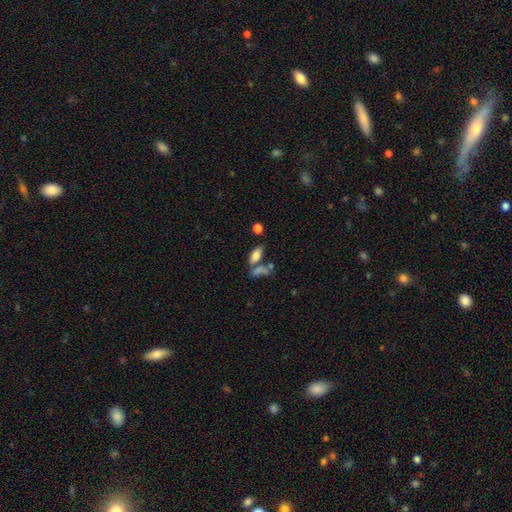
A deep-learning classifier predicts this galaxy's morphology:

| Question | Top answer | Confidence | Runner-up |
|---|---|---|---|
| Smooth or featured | smooth | 79% | featured or disk (12%) |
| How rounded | in between | 85% | cigar-shaped (12%) |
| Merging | none | 49% | merger (32%) |